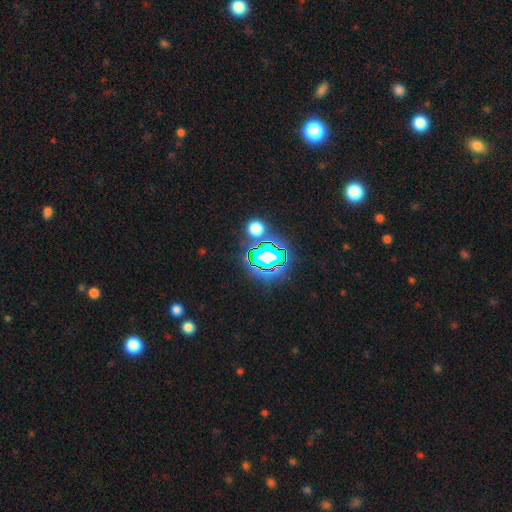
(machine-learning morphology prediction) A star or artifact, not a galaxy (81%).

Vote fractions:
- Smooth or featured? star or artifact: 81% / smooth: 12% / featured or disk: 7%